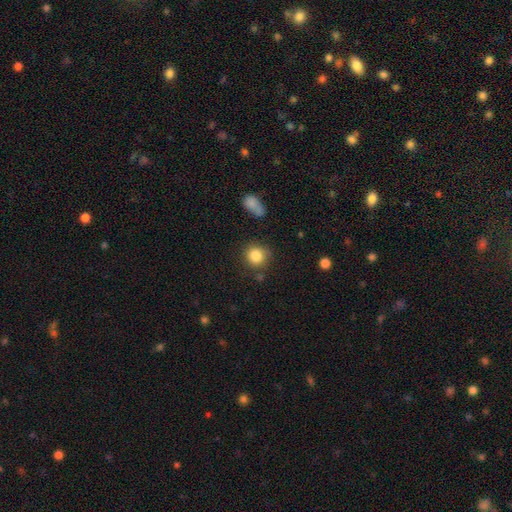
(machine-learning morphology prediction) Smooth or featured? Predicted: smooth (p=0.84). How rounded? Predicted: round (p=0.88). Merging? Predicted: none (p=0.79).